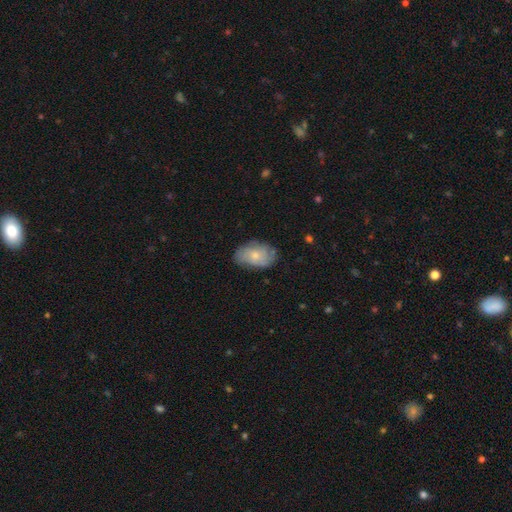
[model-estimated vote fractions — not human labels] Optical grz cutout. It shows a smooth galaxy with no disk features (64%) that is in between round and cigar-shaped (91%). Merging: none (69%).